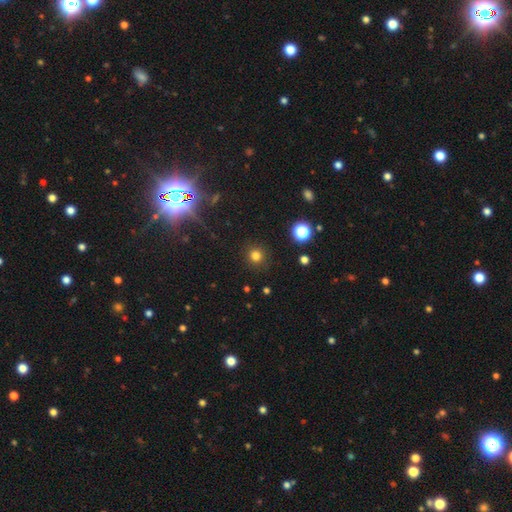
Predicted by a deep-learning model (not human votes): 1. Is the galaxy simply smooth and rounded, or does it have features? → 77% smooth, 18% star or artifact, 5% featured or disk.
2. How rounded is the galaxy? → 94% round, 5% in between, 1% cigar-shaped.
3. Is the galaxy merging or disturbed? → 91% none, 6% minor disturbance, 2% major disturbance, 1% merger.